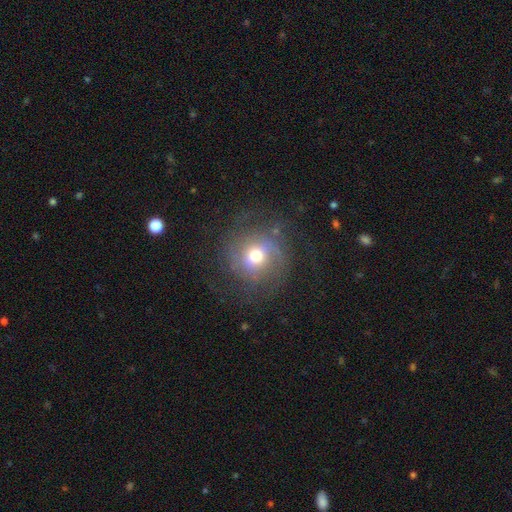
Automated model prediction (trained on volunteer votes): Q: Smooth or featured?
A: smooth (44%); runner-up: featured or disk (42%)
Q: Merging?
A: none (64%); runner-up: major disturbance (17%)